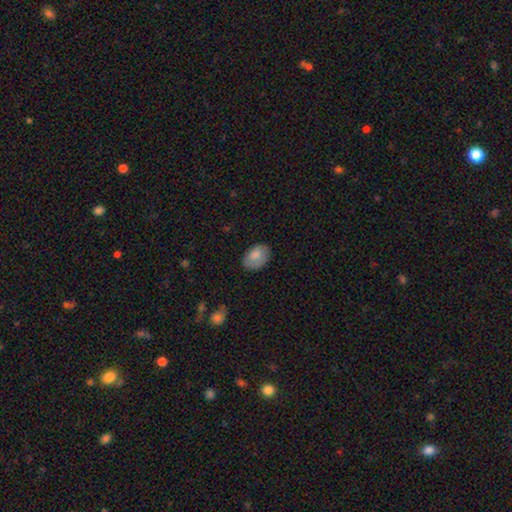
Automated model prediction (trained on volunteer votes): smooth_or_featured: smooth (p=0.84) [alt: featured or disk p=0.09]
how_rounded: in between (p=0.87) [alt: round p=0.12]
merging: none (p=0.78) [alt: minor disturbance p=0.17]